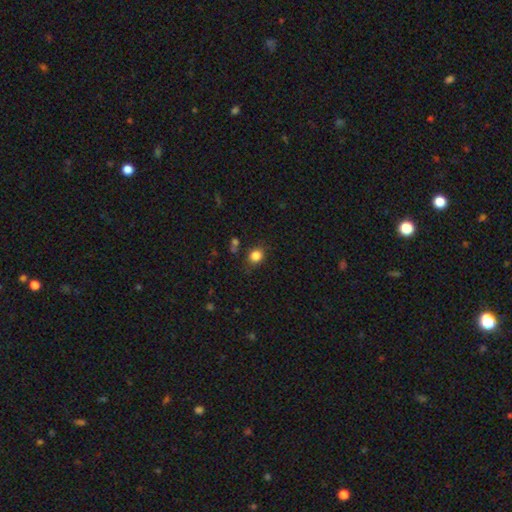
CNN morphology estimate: Q: Smooth or featured?
A: smooth (83%); runner-up: star or artifact (11%)
Q: How rounded?
A: round (67%); runner-up: in between (33%)
Q: Merging?
A: none (80%); runner-up: minor disturbance (13%)